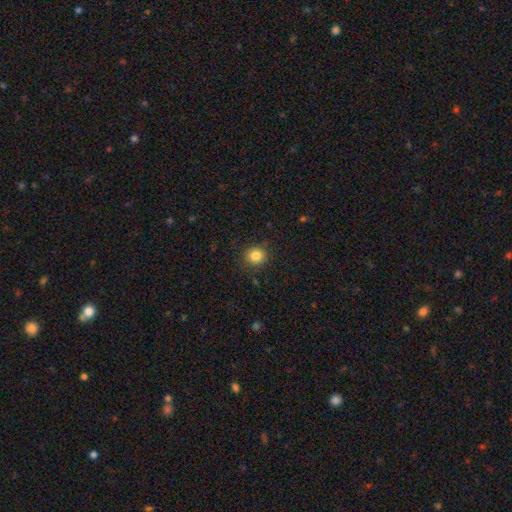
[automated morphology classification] A smooth galaxy with no disk features (84%) that is round (85%).

Vote fractions:
- Smooth or featured? smooth: 84% / star or artifact: 11% / featured or disk: 5%
- How rounded? round: 85% / in between: 14% / cigar-shaped: 1%
- Merging? none: 88% / minor disturbance: 9% / major disturbance: 3% / merger: 1%